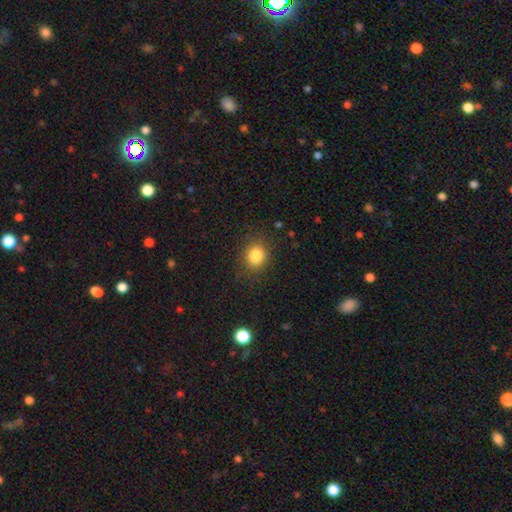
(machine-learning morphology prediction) smooth_or_featured: smooth (p=0.83) [alt: star or artifact p=0.11]
how_rounded: round (p=0.73) [alt: in between p=0.26]
merging: none (p=0.85) [alt: minor disturbance p=0.10]